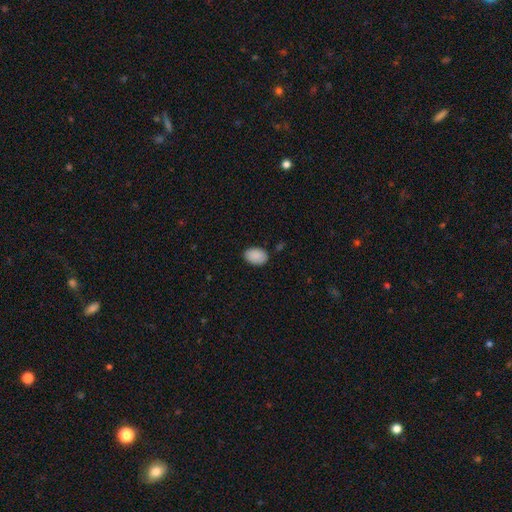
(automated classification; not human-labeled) The model was most divided on "merging": none: 84%, minor disturbance: 12%, major disturbance: 2%, merger: 2%. More confident: smooth or featured — smooth (90%); how rounded — in between (87%).